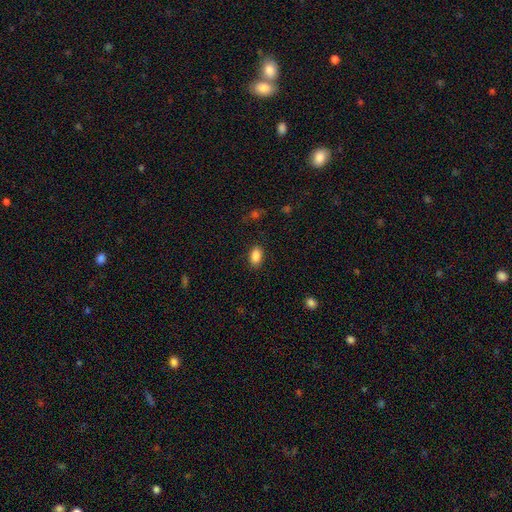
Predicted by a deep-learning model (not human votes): smooth 88%, star or artifact 8%, featured or disk 4%. Down the decision tree: how rounded — in between (91%); merging — none (87%).